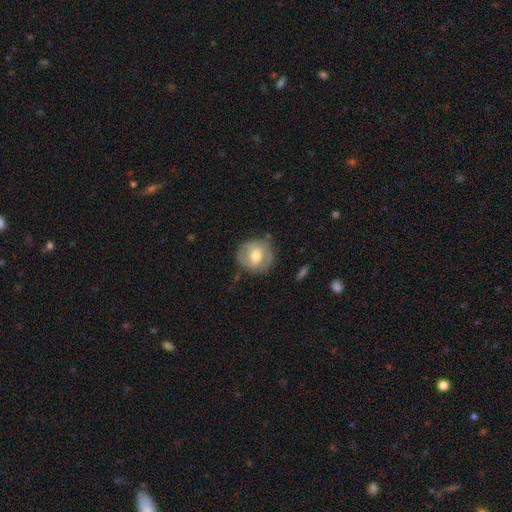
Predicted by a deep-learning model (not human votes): This is possibly a smooth galaxy (48%). Merging: likely none (74%).